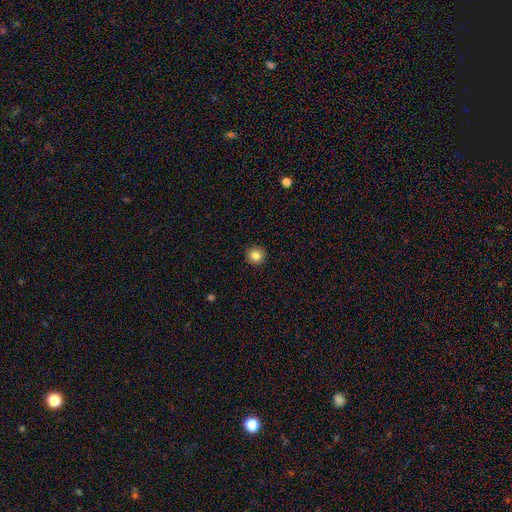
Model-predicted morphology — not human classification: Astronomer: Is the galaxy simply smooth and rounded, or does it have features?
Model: smooth — 84%.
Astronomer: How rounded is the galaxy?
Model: round — 94%.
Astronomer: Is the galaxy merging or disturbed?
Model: none — 93%.